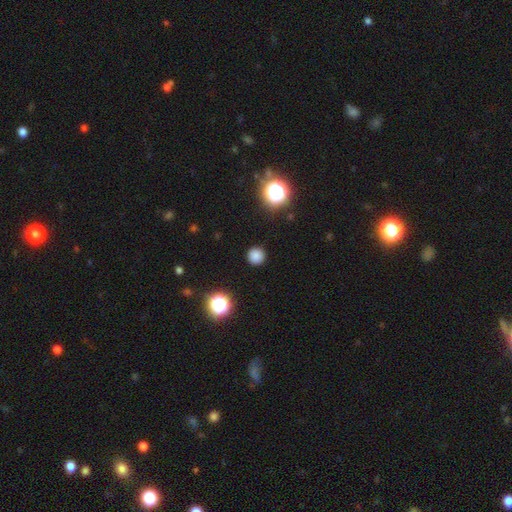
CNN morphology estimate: smooth 81%, star or artifact 16%, featured or disk 4%. Down the decision tree: how rounded — round (95%); merging — none (91%).